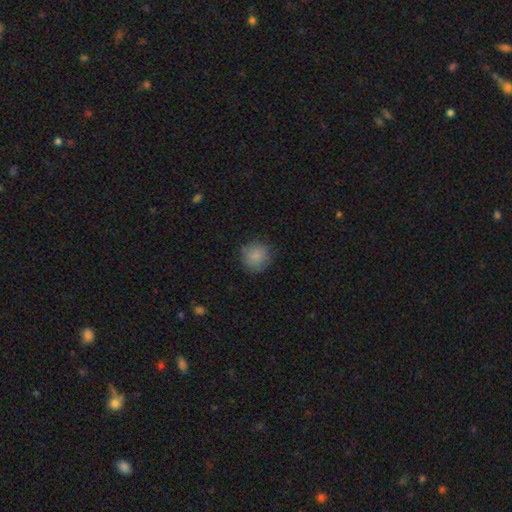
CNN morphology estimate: type=smooth (85%); roundness=round (92%); merging=none (82%).